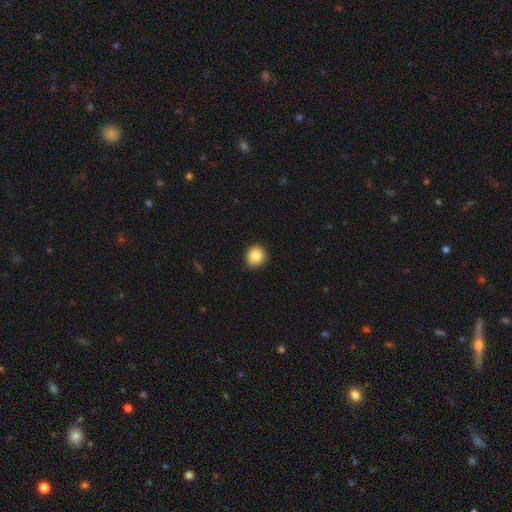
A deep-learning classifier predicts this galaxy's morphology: Smooth or featured: smooth — 85% (star or artifact — 9%)
How rounded: round — 81% (in between — 18%)
Merging: none — 85% (minor disturbance — 12%)